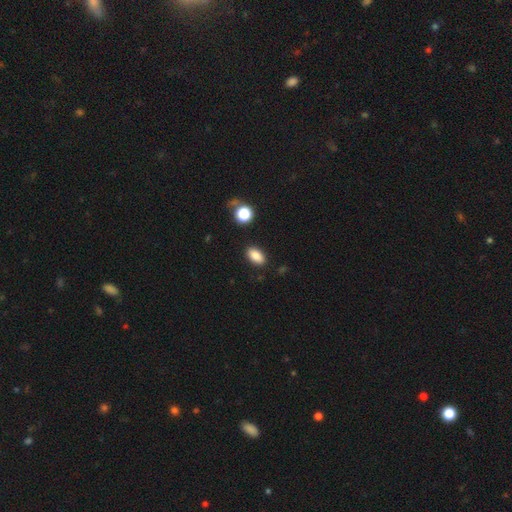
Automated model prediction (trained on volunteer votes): smooth_or_featured: smooth (p=0.85) [alt: star or artifact p=0.09]
how_rounded: in between (p=0.90) [alt: round p=0.07]
merging: none (p=0.87) [alt: minor disturbance p=0.08]